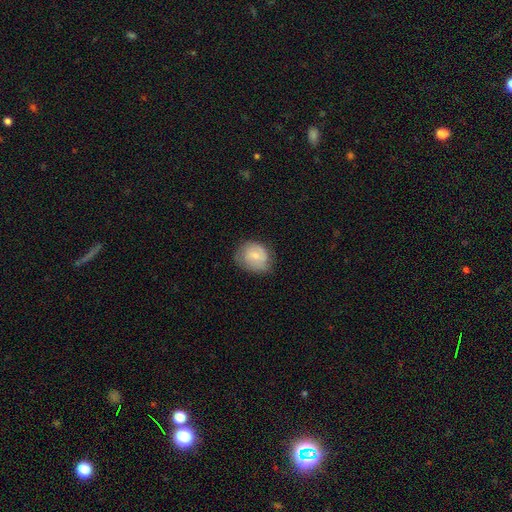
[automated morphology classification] A smooth galaxy with no disk features (64%) that is round (59%).

Vote fractions:
- Smooth or featured? smooth: 64% / featured or disk: 30% / star or artifact: 7%
- How rounded? round: 59% / in between: 40% / cigar-shaped: 1%
- Merging? none: 63% / minor disturbance: 28% / major disturbance: 8% / merger: 1%